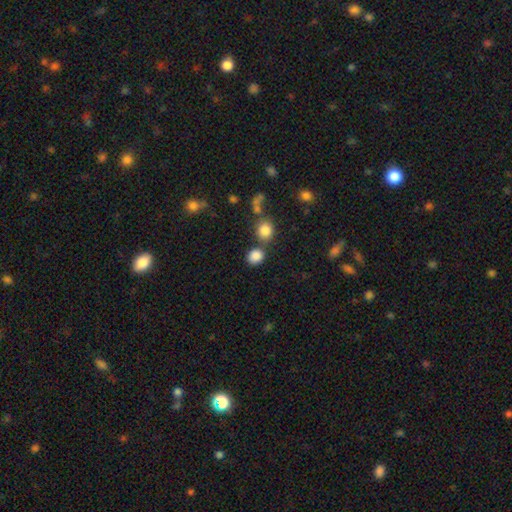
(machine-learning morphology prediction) The model was most divided on "how rounded": round: 70%, in between: 29%, cigar-shaped: 1%. More confident: smooth or featured — smooth (85%); merging — none (66%).